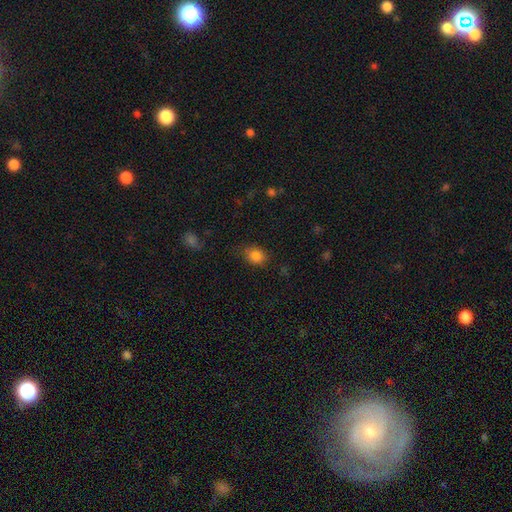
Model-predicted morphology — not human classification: smooth_or_featured: smooth (p=0.83) [alt: star or artifact p=0.12]
how_rounded: in between (p=0.56) [alt: round p=0.42]
merging: none (p=0.73) [alt: minor disturbance p=0.20]